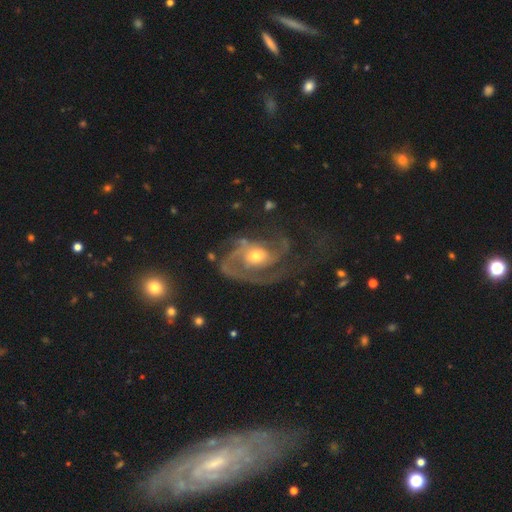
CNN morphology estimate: Smooth or featured?
  - featured or disk: 87% *
  - smooth: 7%
  - star or artifact: 6%
Edge-on disk?
  - no: 97% *
  - yes: 3%
Bar?
  - no: 68% *
  - weak: 25%
  - strong: 8%
Spiral arms?
  - yes: 95% *
  - no: 5%
Spiral winding?
  - medium: 47% *
  - tight: 33%
  - loose: 20%
Spiral arm count?
  - 2: 39% *
  - 3: 23%
  - can't tell: 14%
  - 1: 14%
  - 4: 5%
  - more than 4: 5%
Bulge size?
  - moderate: 56% *
  - small: 37%
  - large: 4%
  - none: 1%
  - dominant: 1%
Merging?
  - none: 45% *
  - major disturbance: 33%
  - minor disturbance: 19%
  - merger: 3%